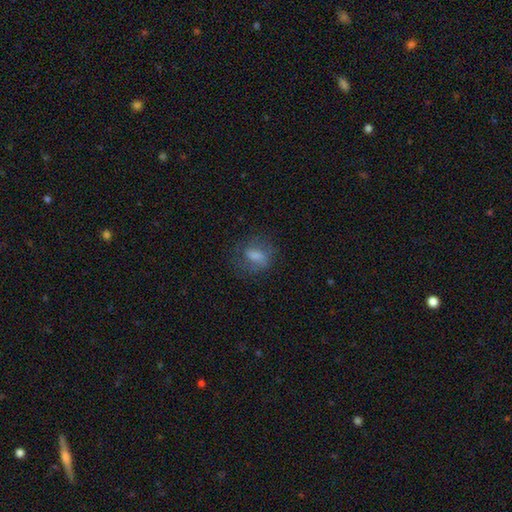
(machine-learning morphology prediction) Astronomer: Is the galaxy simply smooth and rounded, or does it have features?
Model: smooth — 61%.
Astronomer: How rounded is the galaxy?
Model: in between — 63%.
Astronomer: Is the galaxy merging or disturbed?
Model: none — 65%.